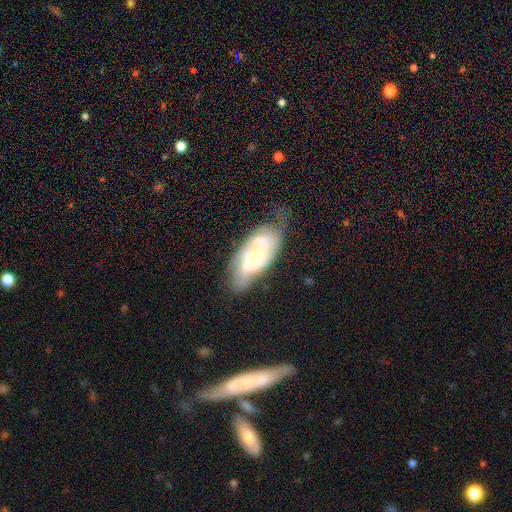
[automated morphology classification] A featured or disk galaxy (78%) with a weak bar (46%), 2 (59%) tight (48%) spiral arms (90%) and a small central bulge (61%). Merging: none (56%).